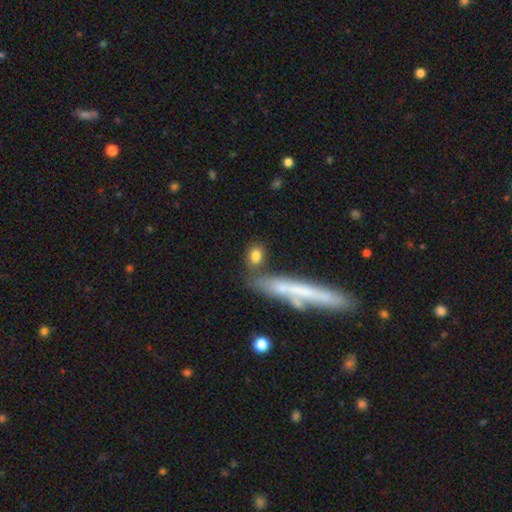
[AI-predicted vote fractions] Smooth or featured? Predicted: smooth (p=0.80). How rounded? Predicted: in between (p=0.64). Merging? Predicted: none (p=0.62).